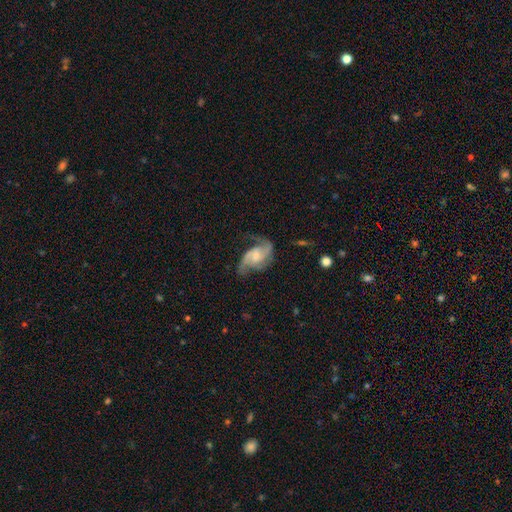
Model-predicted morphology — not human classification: Smooth or featured? Predicted: featured or disk (p=0.84). Edge-on disk? Predicted: no (p=0.97). Bar? Predicted: no (p=0.50). Spiral arms? Predicted: yes (p=0.96). Spiral winding? Predicted: medium (p=0.46). Spiral arm count? Predicted: 2 (p=0.81). Bulge size? Predicted: moderate (p=0.42). Merging? Predicted: none (p=0.59).